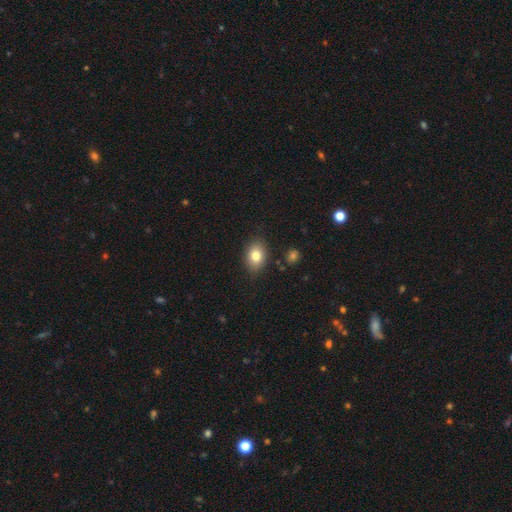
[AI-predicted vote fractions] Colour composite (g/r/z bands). It shows a smooth galaxy with no disk features (82%) that is in between round and cigar-shaped (78%). Merging: none (84%).